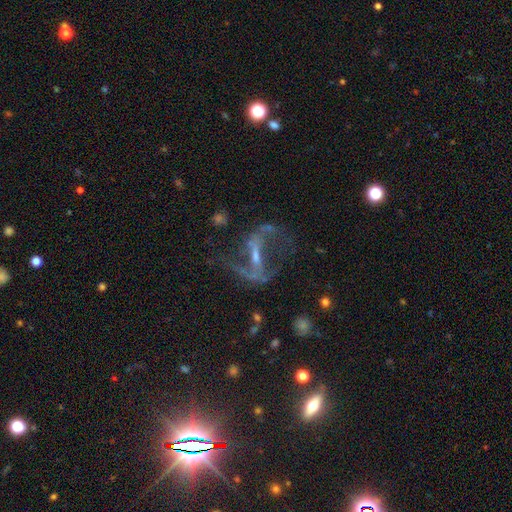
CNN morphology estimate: smooth-or-featured: featured or disk: 81% | star or artifact: 11% | smooth: 8%
  disk-edge-on: no: 93% | yes: 7%
    bar: strong: 52% | weak: 32% | no: 15%
    has-spiral-arms: yes: 82% | no: 18%
      spiral-winding: loose: 66% | medium: 27% | tight: 7%
      spiral-arm-count: 2: 86% | can't tell: 5% | 1: 4% | 3: 2% | 4: 1% | more than 4: 1%
    bulge-size: small: 52% | moderate: 26% | none: 18% | large: 3% | dominant: 1%
  merging: none: 50% | major disturbance: 30% | minor disturbance: 15% | merger: 6%